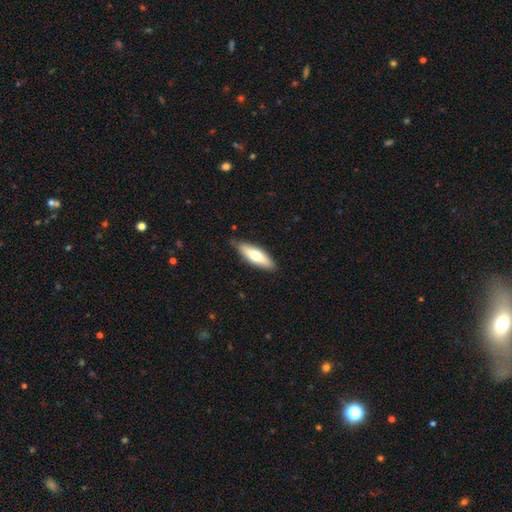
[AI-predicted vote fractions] A smooth galaxy with no disk features (61%) that is cigar-shaped (49%, tied with in between).

Vote fractions:
- Smooth or featured? smooth: 61% / featured or disk: 33% / star or artifact: 5%
- How rounded? cigar-shaped: 49% (tied) / in between: 49% (tied) / round: 2%
- Merging? none: 82% / minor disturbance: 14% / major disturbance: 2% / merger: 1%